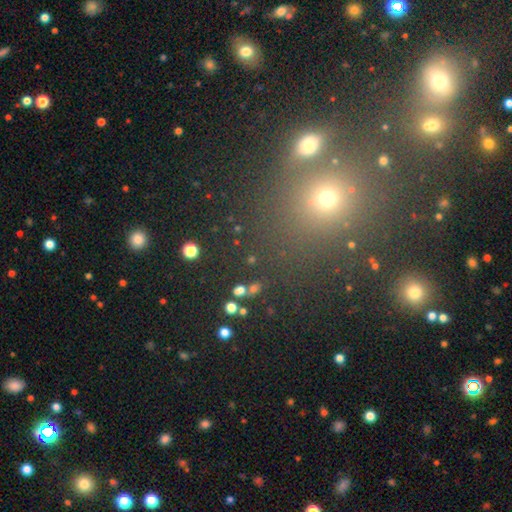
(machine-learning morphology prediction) A star or artifact, not a galaxy (51%).